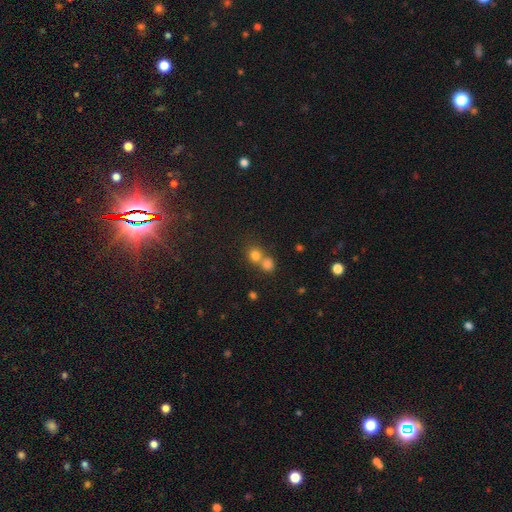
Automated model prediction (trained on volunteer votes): Q: Smooth or featured?
A: smooth (77%); runner-up: star or artifact (15%)
Q: How rounded?
A: round (84%); runner-up: in between (15%)
Q: Merging?
A: merger (50%); runner-up: none (42%)